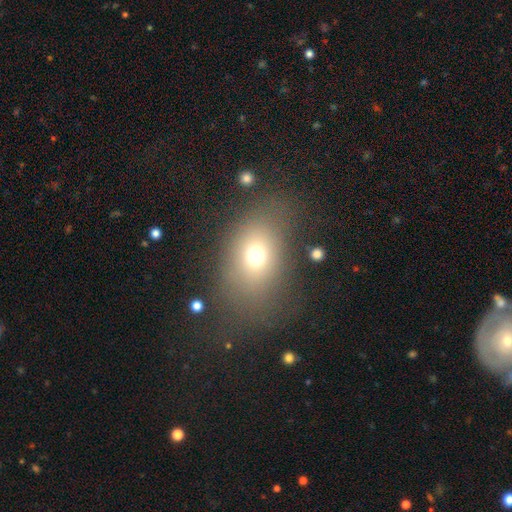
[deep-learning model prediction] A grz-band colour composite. It shows a smooth galaxy with no disk features (70%) that is in between round and cigar-shaped (67%). Merging: none (71%).